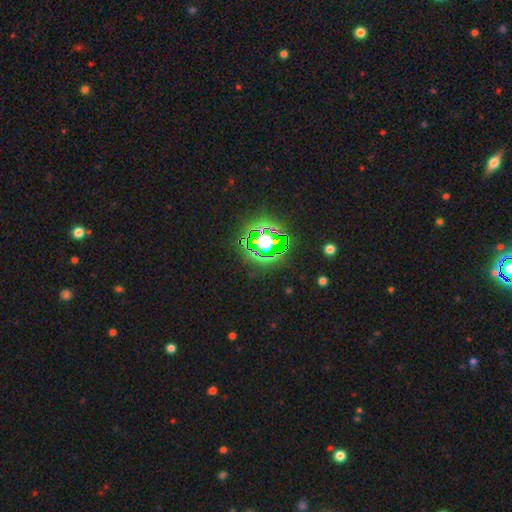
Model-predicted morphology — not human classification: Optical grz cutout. It shows a star or artifact, not a galaxy (85%).